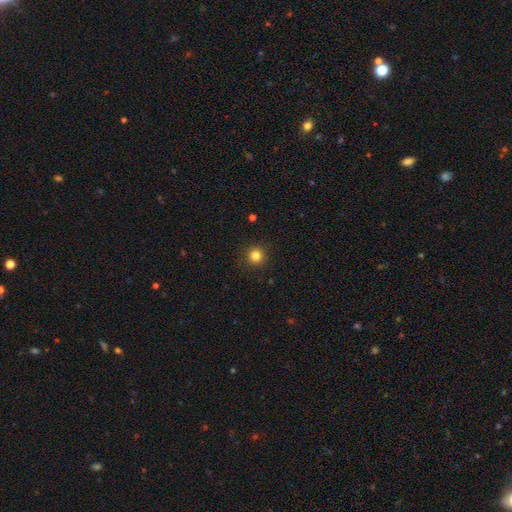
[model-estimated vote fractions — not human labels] Q: Smooth or featured?
A: smooth (82%); runner-up: star or artifact (13%)
Q: How rounded?
A: round (95%); runner-up: in between (4%)
Q: Merging?
A: none (91%); runner-up: minor disturbance (6%)